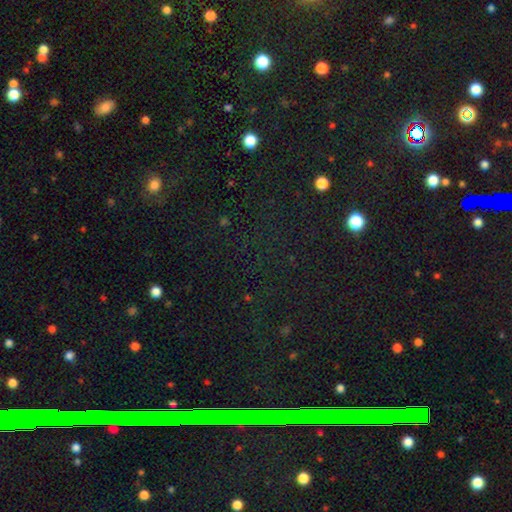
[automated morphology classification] The model was most divided on "smooth or featured": star or artifact: 78%, smooth: 13%, featured or disk: 8%.